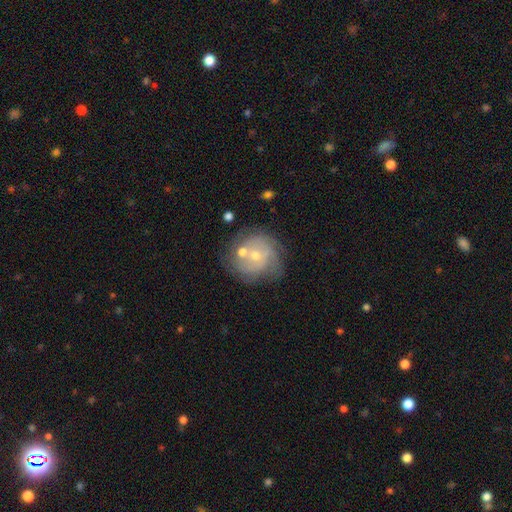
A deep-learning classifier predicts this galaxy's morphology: featured or disk 62%, smooth 28%, star or artifact 9%. Down the decision tree: edge-on disk — no (97%); bar — no (75%); spiral arms — yes (77%); bulge size — small (62%); merging — none (54%).